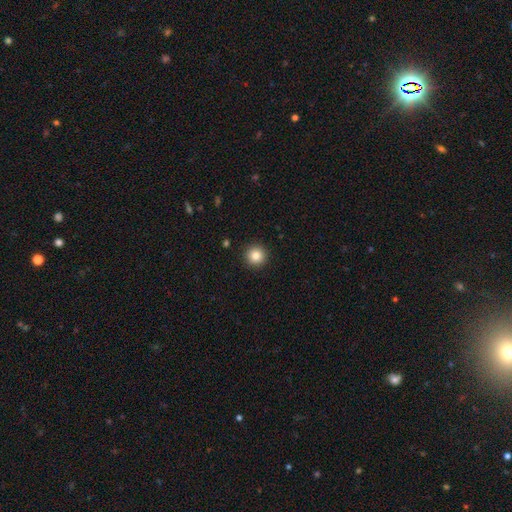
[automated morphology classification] Smooth or featured?
  - smooth: 84% *
  - star or artifact: 10%
  - featured or disk: 5%
How rounded?
  - round: 96% *
  - in between: 3%
  - cigar-shaped: 1%
Merging?
  - none: 93% *
  - minor disturbance: 5%
  - major disturbance: 2%
  - merger: 1%